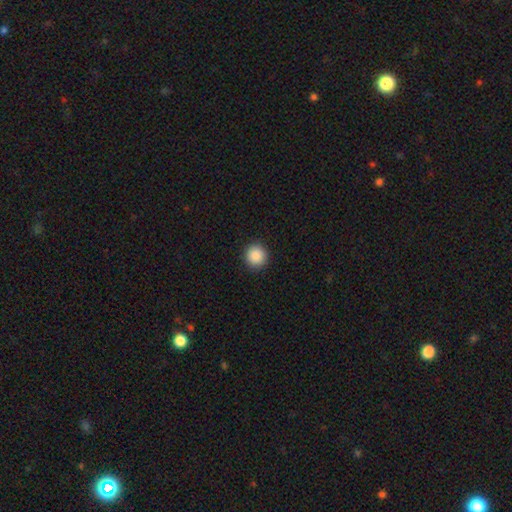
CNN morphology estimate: A smooth galaxy with no disk features (88%) that is round (94%).

Vote fractions:
- Smooth or featured? smooth: 88% / star or artifact: 9% / featured or disk: 3%
- How rounded? round: 94% / in between: 5% / cigar-shaped: 1%
- Merging? none: 92% / minor disturbance: 5% / major disturbance: 2% / merger: 1%